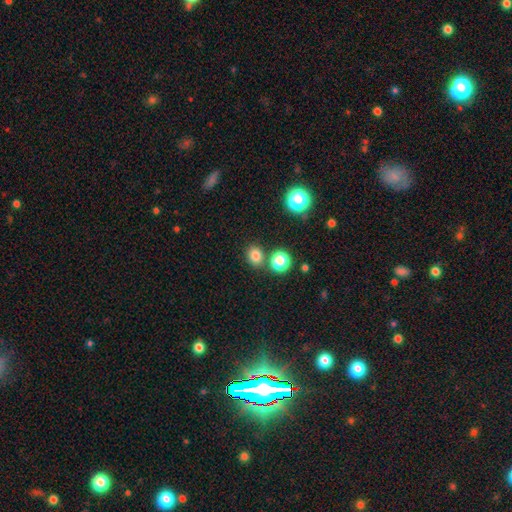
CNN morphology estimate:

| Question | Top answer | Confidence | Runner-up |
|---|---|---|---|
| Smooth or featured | smooth | 78% | star or artifact (17%) |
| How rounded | round | 70% | in between (29%) |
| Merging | none | 76% | merger (13%) |